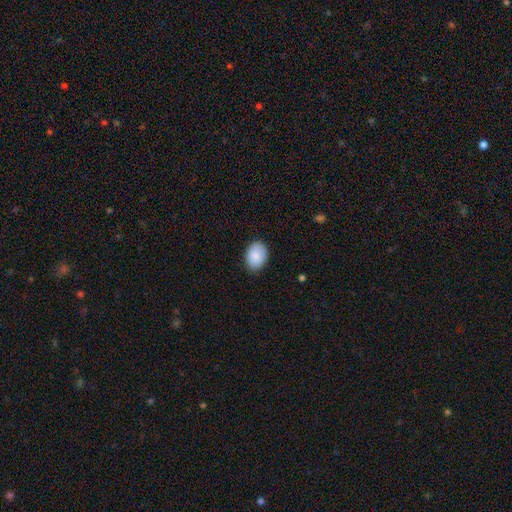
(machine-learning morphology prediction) This is clearly a smooth galaxy (85%). How rounded: likely in between (72%). Merging: clearly none (85%).